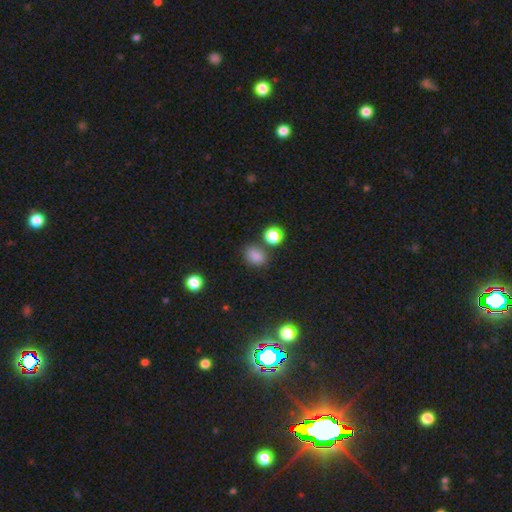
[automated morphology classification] Smooth or featured: smooth — 80% (star or artifact — 15%)
How rounded: in between — 59% (round — 40%)
Merging: none — 72% (minor disturbance — 15%)